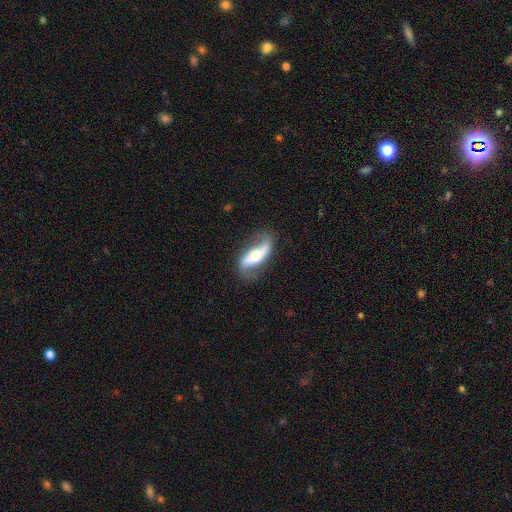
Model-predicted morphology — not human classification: Q: Smooth or featured?
A: featured or disk (70%); runner-up: smooth (24%)
Q: Edge-on disk?
A: no (84%); runner-up: yes (16%)
Q: Bar?
A: no (39%); runner-up: strong (35%)
Q: Spiral arms?
A: yes (84%); runner-up: no (16%)
Q: Bulge size?
A: moderate (63%); runner-up: small (19%)
Q: Merging?
A: none (68%); runner-up: minor disturbance (20%)